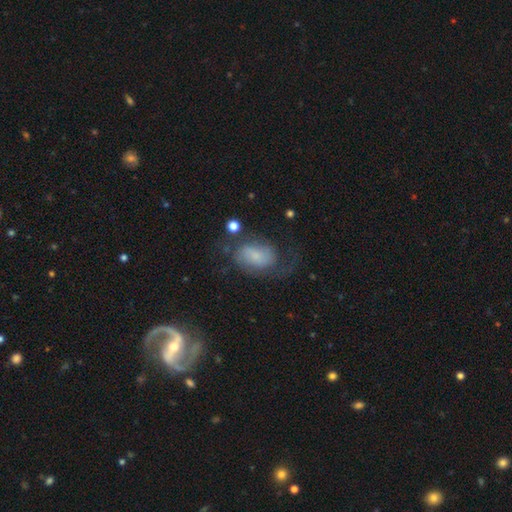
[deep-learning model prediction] A featured or disk galaxy (52%) with no bar (64%), spiral arms (82%) and a small central bulge (55%).

Vote fractions:
- Smooth or featured? featured or disk: 52% / smooth: 38% / star or artifact: 10%
- Edge-on disk? no: 96% / yes: 4%
- Bar? no: 64% / weak: 29% / strong: 7%
- Spiral arms? yes: 82% / no: 18%
- Bulge size? small: 55% / moderate: 18% / none: 18% / large: 6% / dominant: 3%
- Merging? none: 46% / major disturbance: 28% / minor disturbance: 22% / merger: 4%